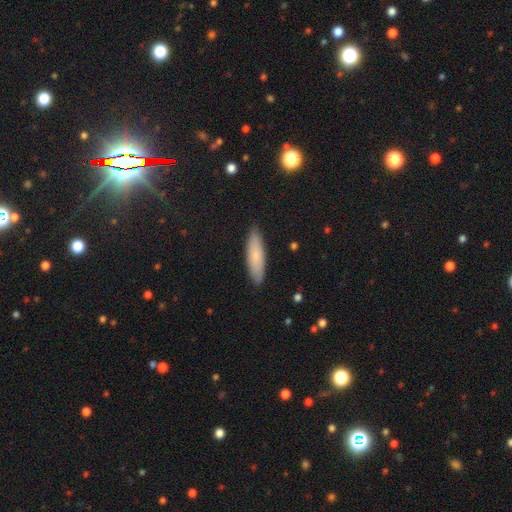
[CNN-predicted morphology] Q: Smooth or featured?
A: smooth (76%); runner-up: featured or disk (18%)
Q: How rounded?
A: cigar-shaped (61%); runner-up: in between (38%)
Q: Merging?
A: none (88%); runner-up: minor disturbance (10%)